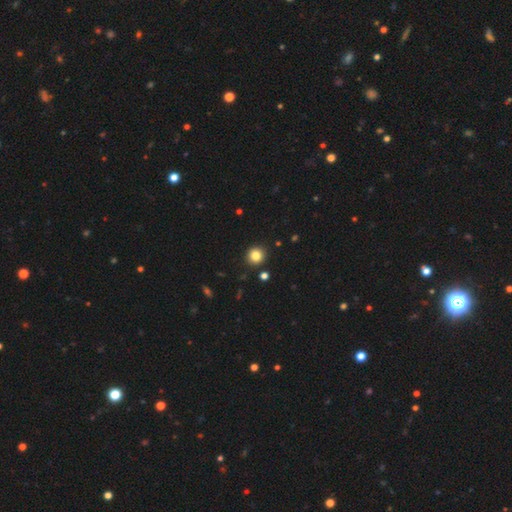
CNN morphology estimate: Smooth or featured? smooth (83%)
How rounded? round (92%)
Merging? none (91%)